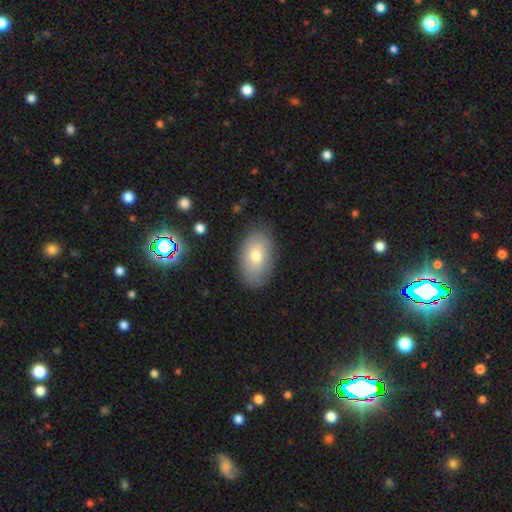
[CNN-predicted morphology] Smooth or featured?
  - smooth: 73% *
  - featured or disk: 19%
  - star or artifact: 9%
How rounded?
  - in between: 91% *
  - round: 8%
  - cigar-shaped: 1%
Merging?
  - none: 83% *
  - minor disturbance: 13%
  - major disturbance: 3%
  - merger: 1%